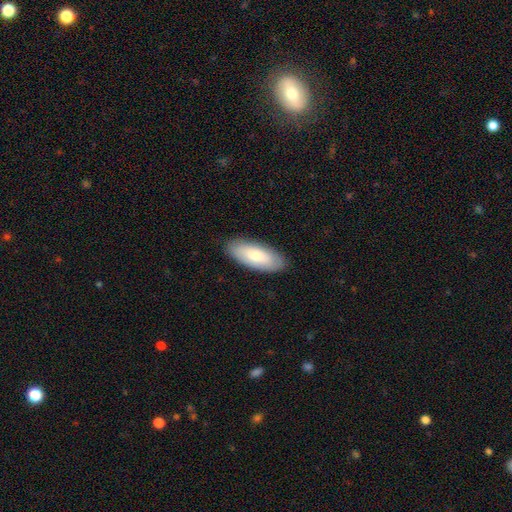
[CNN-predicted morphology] A smooth galaxy with no disk features (75%) that is in between round and cigar-shaped (78%). Merging: none (88%).